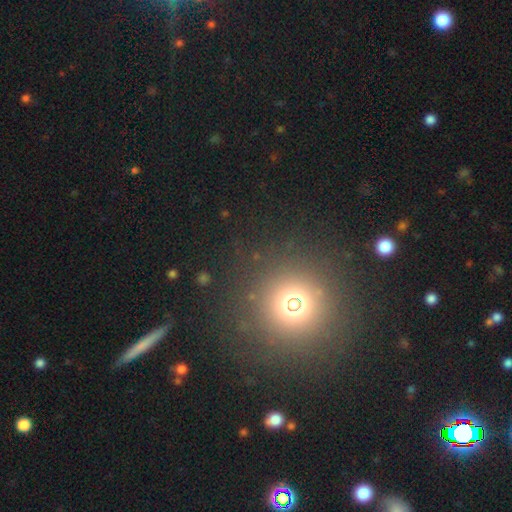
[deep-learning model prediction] smooth_or_featured: smooth (p=0.59) [alt: star or artifact p=0.33]
how_rounded: round (p=0.94) [alt: in between p=0.04]
merging: none (p=0.89) [alt: minor disturbance p=0.06]